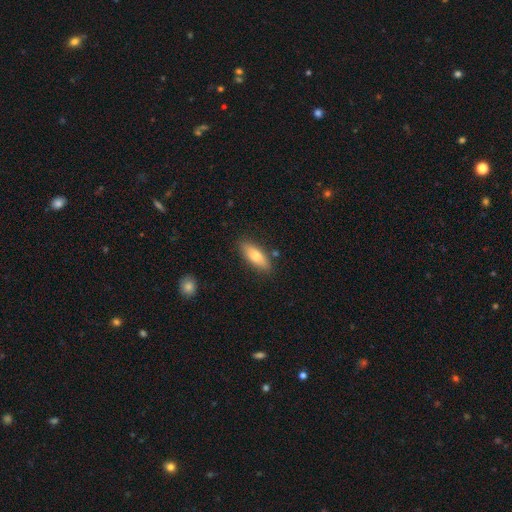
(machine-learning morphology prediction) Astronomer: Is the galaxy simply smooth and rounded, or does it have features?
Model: smooth — 73%.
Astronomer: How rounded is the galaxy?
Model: in between — 65%.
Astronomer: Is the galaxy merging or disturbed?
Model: none — 85%.